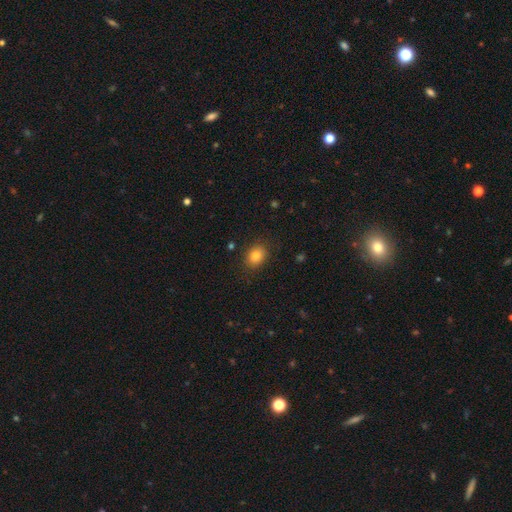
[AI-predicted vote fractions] smooth 83%, star or artifact 10%, featured or disk 7%. Down the decision tree: how rounded — in between (58%); merging — none (85%).